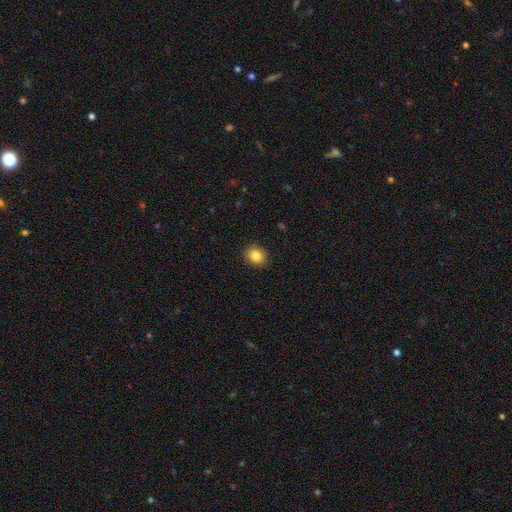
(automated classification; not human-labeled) smooth_or_featured: smooth (p=0.84) [alt: star or artifact p=0.10]
how_rounded: round (p=0.76) [alt: in between p=0.23]
merging: none (p=0.90) [alt: minor disturbance p=0.07]